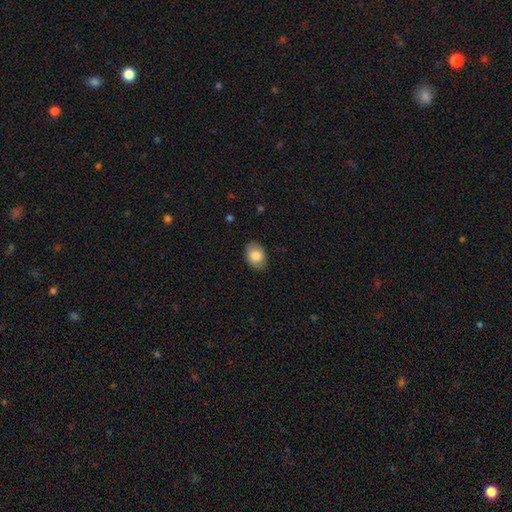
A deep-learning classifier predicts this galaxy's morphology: A smooth galaxy with no disk features (84%) that is in between round and cigar-shaped (79%).

Vote fractions:
- Smooth or featured? smooth: 84% / featured or disk: 9% / star or artifact: 7%
- How rounded? in between: 79% / round: 20% / cigar-shaped: 1%
- Merging? none: 85% / minor disturbance: 11% / major disturbance: 3% / merger: 1%